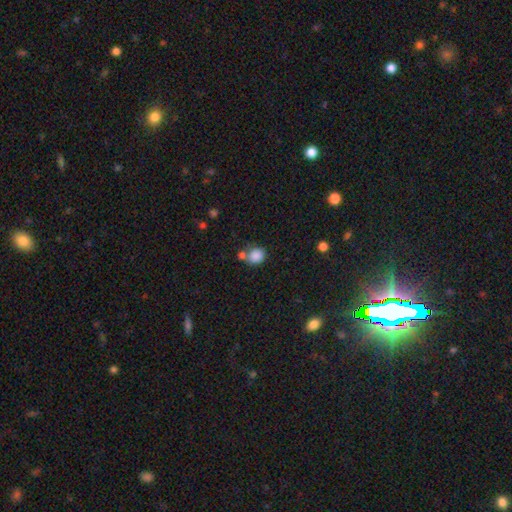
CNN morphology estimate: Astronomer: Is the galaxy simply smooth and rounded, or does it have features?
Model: smooth — 86%.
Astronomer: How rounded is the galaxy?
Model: round — 77%.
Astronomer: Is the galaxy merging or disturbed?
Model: none — 57%.